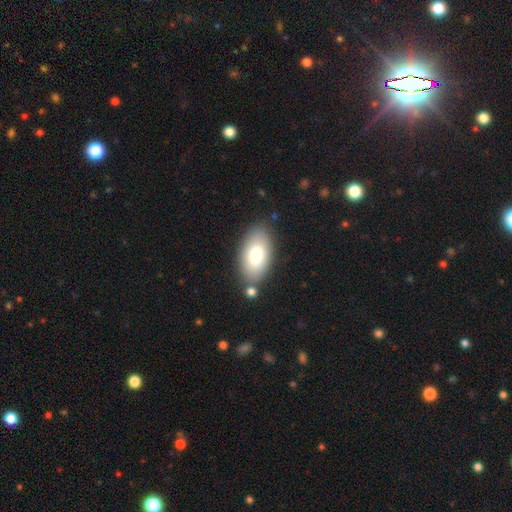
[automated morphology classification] Smooth or featured: smooth — 80% (featured or disk — 13%)
How rounded: in between — 94% (round — 4%)
Merging: none — 77% (minor disturbance — 12%)